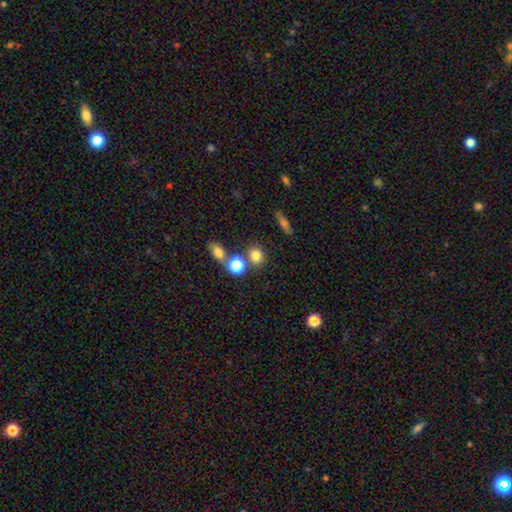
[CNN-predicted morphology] A smooth galaxy with no disk features (77%) that is round (73%). Merging: none (69%).